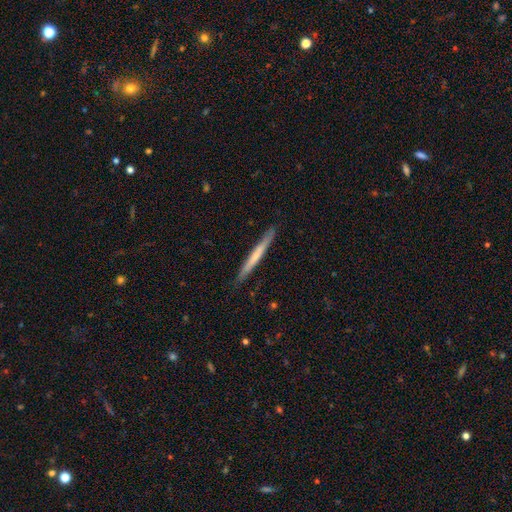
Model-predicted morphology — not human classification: Smooth or featured? Predicted: smooth (p=0.53). How rounded? Predicted: cigar-shaped (p=0.97). Merging? Predicted: none (p=0.89).